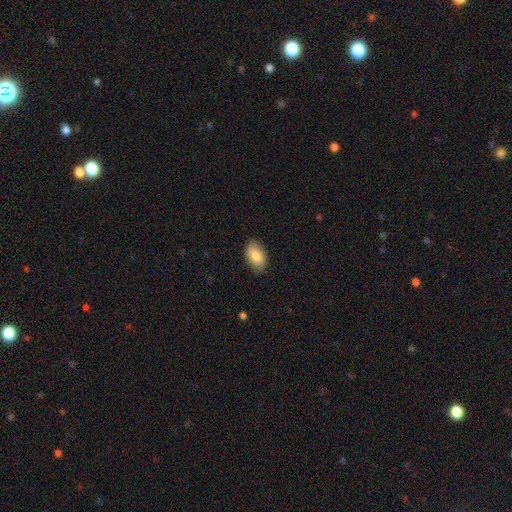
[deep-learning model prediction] A smooth galaxy with no disk features (82%) that is in between round and cigar-shaped (92%).

Vote fractions:
- Smooth or featured? smooth: 82% / featured or disk: 12% / star or artifact: 7%
- How rounded? in between: 92% / round: 7% / cigar-shaped: 1%
- Merging? none: 84% / minor disturbance: 12% / major disturbance: 2% / merger: 1%